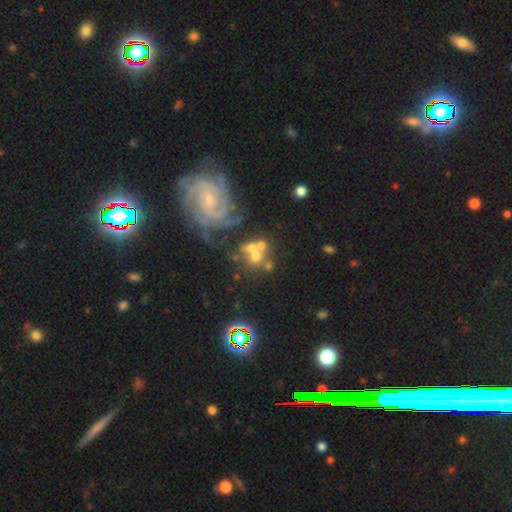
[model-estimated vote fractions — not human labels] Morphology: type=featured or disk (48%); merging=merger (39%).